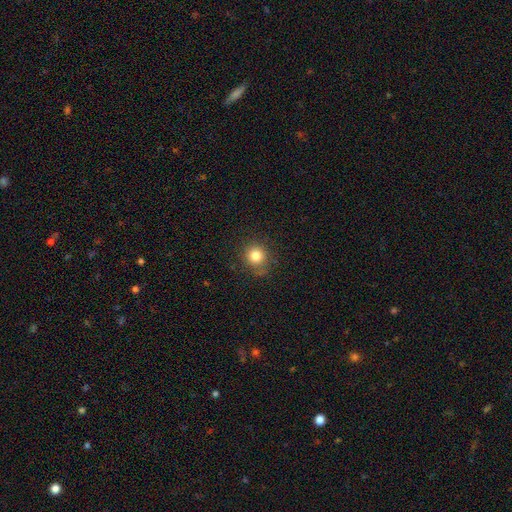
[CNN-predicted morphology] smooth 81%, star or artifact 12%, featured or disk 7%. Down the decision tree: how rounded — round (90%); merging — none (81%).